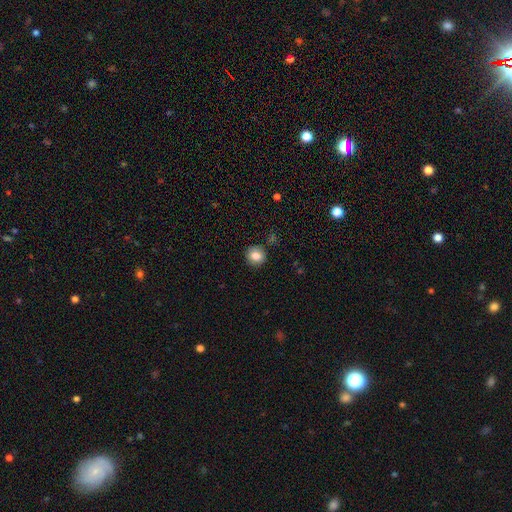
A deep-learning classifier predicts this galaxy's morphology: smooth_or_featured: smooth (p=0.84) [alt: star or artifact p=0.10]
how_rounded: round (p=0.84) [alt: in between p=0.15]
merging: none (p=0.86) [alt: minor disturbance p=0.09]